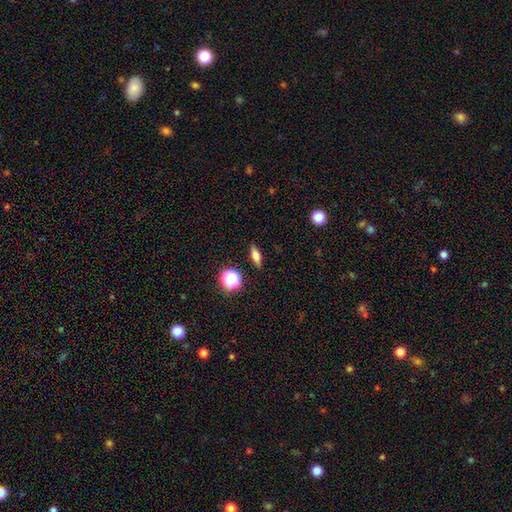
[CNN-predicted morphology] Q: Smooth or featured?
A: smooth (68%); runner-up: featured or disk (20%)
Q: How rounded?
A: in between (56%); runner-up: cigar-shaped (31%)
Q: Merging?
A: none (88%); runner-up: minor disturbance (8%)